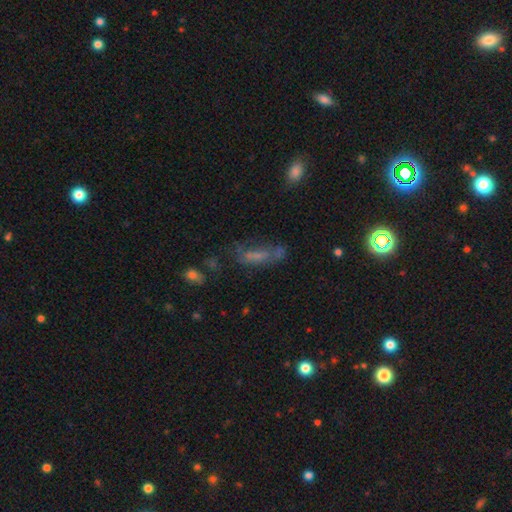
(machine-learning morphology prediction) Smooth or featured? smooth (50%)
Merging? none (39%)